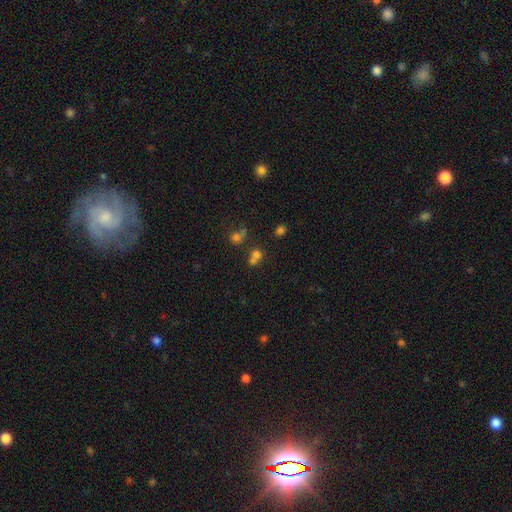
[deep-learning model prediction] smooth-or-featured: smooth: 66% | star or artifact: 22% | featured or disk: 13%
  how-rounded: round: 71% | in between: 27% | cigar-shaped: 1%
  merging: merger: 49% | none: 37% | minor disturbance: 8% | major disturbance: 5%